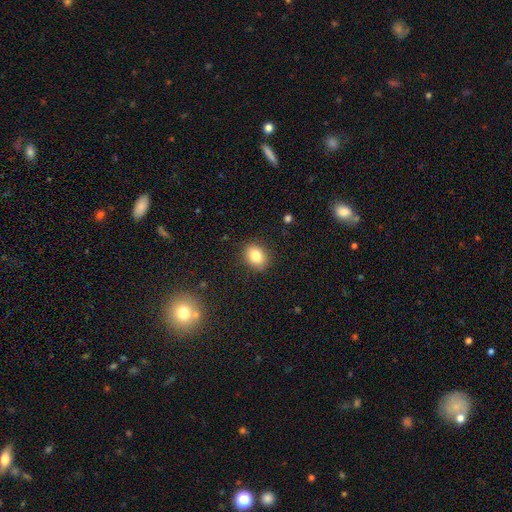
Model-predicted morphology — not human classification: Q: Smooth or featured?
A: smooth (82%); runner-up: star or artifact (10%)
Q: How rounded?
A: in between (58%); runner-up: round (41%)
Q: Merging?
A: none (87%); runner-up: minor disturbance (9%)